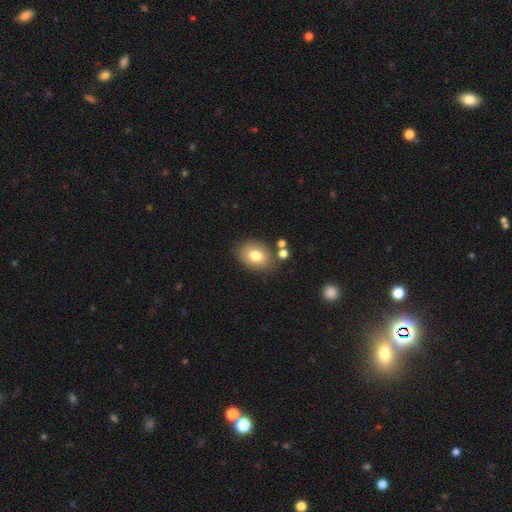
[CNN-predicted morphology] Smooth or featured: smooth — 77% (featured or disk — 13%)
How rounded: in between — 65% (round — 34%)
Merging: none — 77% (minor disturbance — 12%)